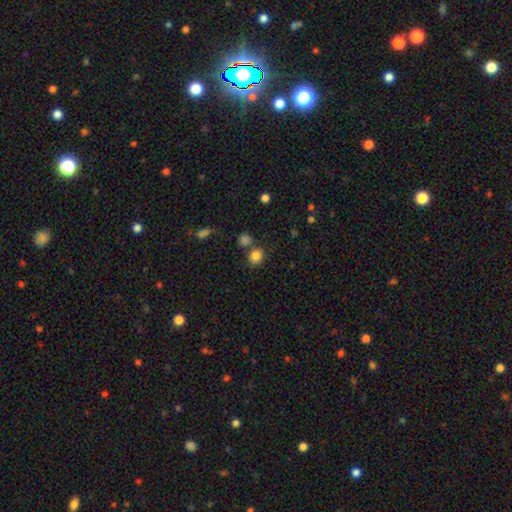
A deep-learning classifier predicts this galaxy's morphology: smooth_or_featured: smooth (p=0.83) [alt: star or artifact p=0.12]
how_rounded: round (p=0.72) [alt: in between p=0.27]
merging: none (p=0.67) [alt: merger p=0.18]